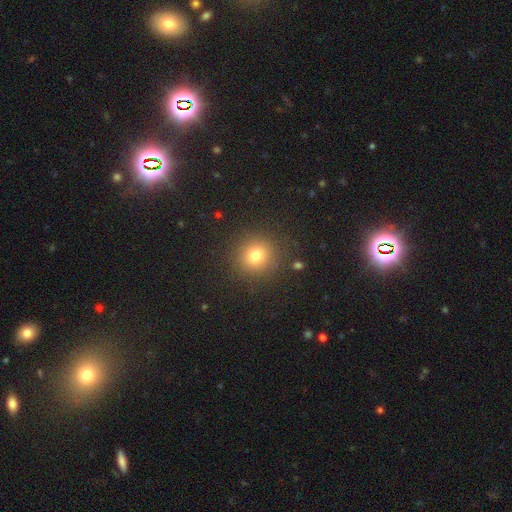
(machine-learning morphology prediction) Smooth or featured? Predicted: smooth (p=0.78). How rounded? Predicted: round (p=0.92). Merging? Predicted: none (p=0.90).